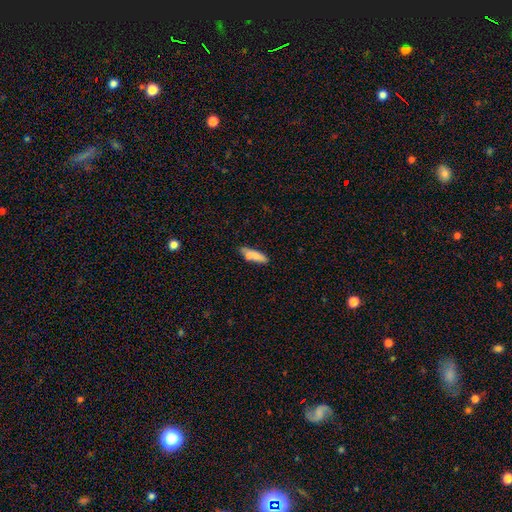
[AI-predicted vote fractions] A smooth galaxy with no disk features (74%) that is cigar-shaped (58%).

Vote fractions:
- Smooth or featured? smooth: 74% / featured or disk: 18% / star or artifact: 7%
- How rounded? cigar-shaped: 58% / in between: 40% / round: 2%
- Merging? none: 62% / minor disturbance: 17% / merger: 17% / major disturbance: 4%